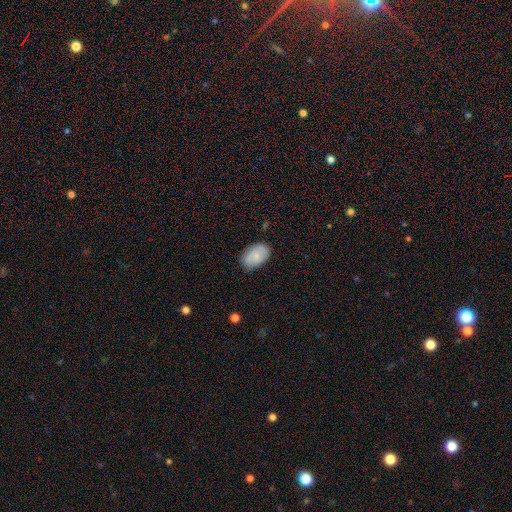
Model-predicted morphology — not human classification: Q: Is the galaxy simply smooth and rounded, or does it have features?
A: smooth — 77%.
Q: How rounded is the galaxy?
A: in between — 90%.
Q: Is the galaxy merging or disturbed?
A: none — 72%.